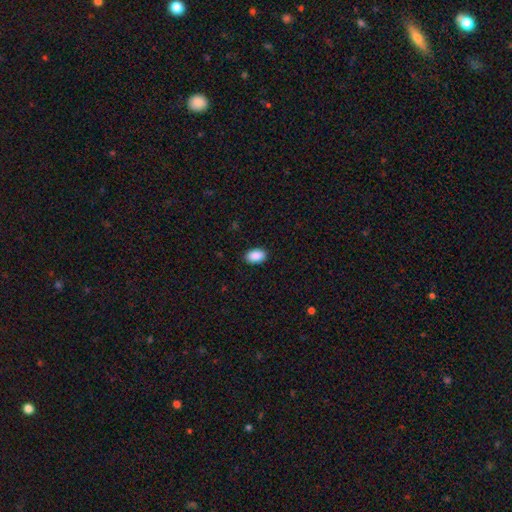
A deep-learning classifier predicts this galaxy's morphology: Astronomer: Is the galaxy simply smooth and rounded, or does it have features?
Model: smooth — 91%.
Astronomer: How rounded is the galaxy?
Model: in between — 92%.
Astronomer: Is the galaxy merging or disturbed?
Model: none — 90%.